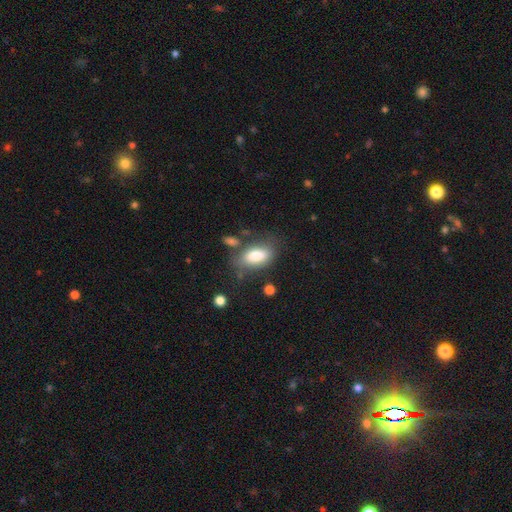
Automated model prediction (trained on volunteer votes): smooth-or-featured: smooth: 79% | featured or disk: 14% | star or artifact: 7%
  how-rounded: in between: 88% | cigar-shaped: 7% | round: 5%
  merging: none: 63% | minor disturbance: 20% | major disturbance: 9% | merger: 8%